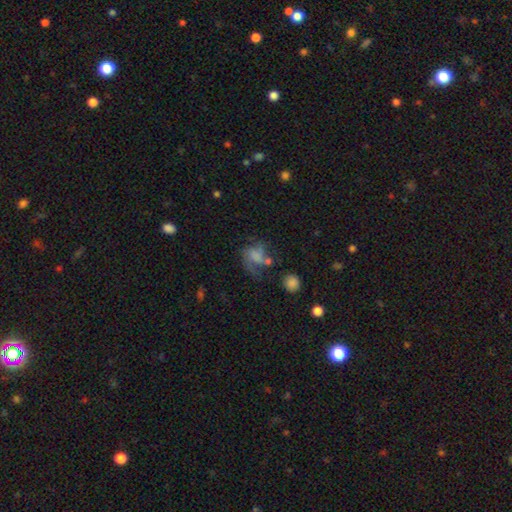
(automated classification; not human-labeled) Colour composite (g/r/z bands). It shows a smooth galaxy with no disk features (44%). Merging: major disturbance (40%).